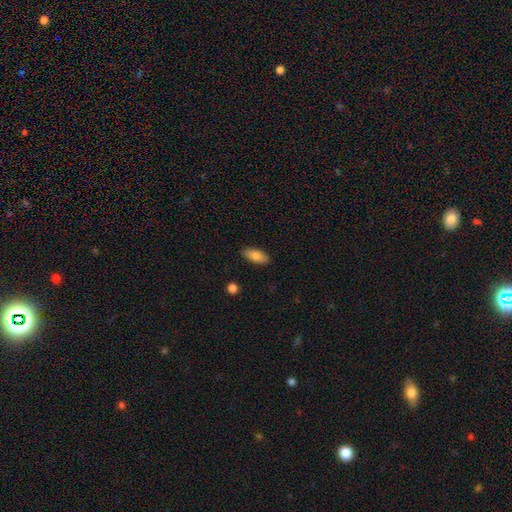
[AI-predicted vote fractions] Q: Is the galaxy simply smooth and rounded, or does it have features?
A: smooth — 84%.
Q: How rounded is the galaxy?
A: in between — 87%.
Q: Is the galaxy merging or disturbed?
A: none — 88%.